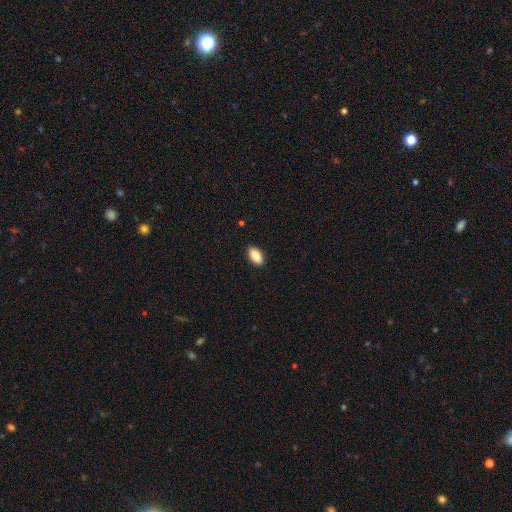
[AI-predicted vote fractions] A smooth galaxy with no disk features (86%) that is in between round and cigar-shaped (92%).

Vote fractions:
- Smooth or featured? smooth: 86% / star or artifact: 7% / featured or disk: 7%
- How rounded? in between: 92% / cigar-shaped: 5% / round: 3%
- Merging? none: 90% / minor disturbance: 7% / major disturbance: 2% / merger: 1%